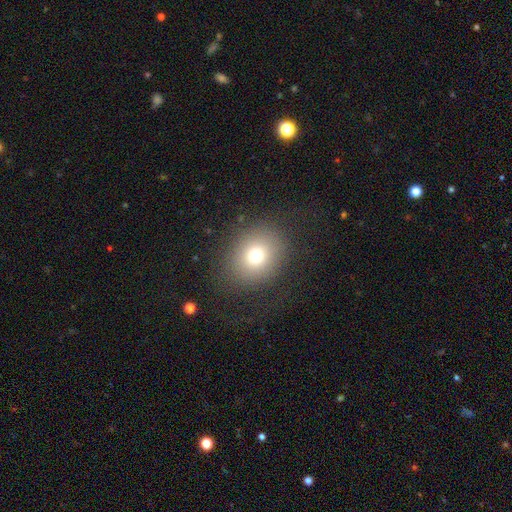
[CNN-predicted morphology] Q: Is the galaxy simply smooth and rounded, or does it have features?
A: smooth — 73%.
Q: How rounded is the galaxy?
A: round — 71%.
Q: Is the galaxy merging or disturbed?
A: none — 84%.